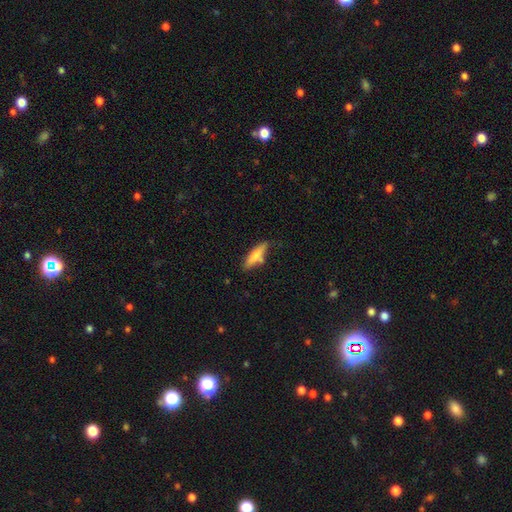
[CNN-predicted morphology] smooth 69%, featured or disk 24%, star or artifact 6%. Down the decision tree: how rounded — cigar-shaped (72%); merging — none (66%).